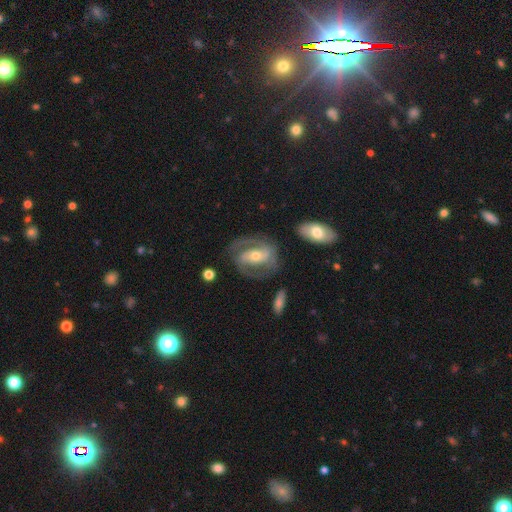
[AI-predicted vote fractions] Smooth or featured?
  - featured or disk: 83% *
  - smooth: 12%
  - star or artifact: 5%
Edge-on disk?
  - no: 96% *
  - yes: 4%
Bar?
  - strong: 40% *
  - weak: 33%
  - no: 27%
Spiral arms?
  - yes: 90% *
  - no: 10%
Spiral winding?
  - medium: 47% *
  - tight: 37%
  - loose: 15%
Spiral arm count?
  - 2: 82% *
  - can't tell: 8%
  - 1: 4%
  - 3: 4%
  - 4: 1%
  - more than 4: 1%
Bulge size?
  - moderate: 56% *
  - small: 39%
  - large: 4%
  - none: 1%
  - dominant: 1%
Merging?
  - none: 71% *
  - minor disturbance: 15%
  - major disturbance: 10%
  - merger: 3%